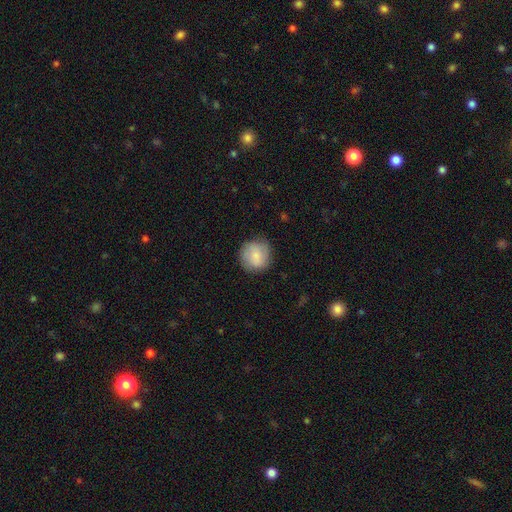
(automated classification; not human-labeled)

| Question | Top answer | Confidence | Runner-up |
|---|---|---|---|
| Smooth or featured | smooth | 82% | featured or disk (12%) |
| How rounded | round | 91% | in between (8%) |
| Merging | none | 81% | minor disturbance (14%) |